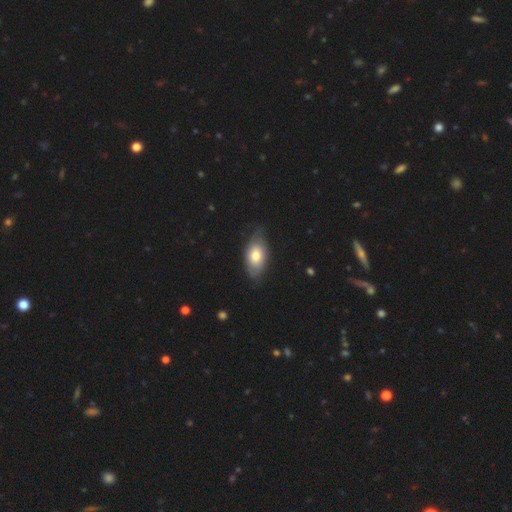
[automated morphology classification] Overall: smooth (67%; featured or disk 27%). How rounded: in between (92%). Merging: none (66%; minor disturbance 27%).